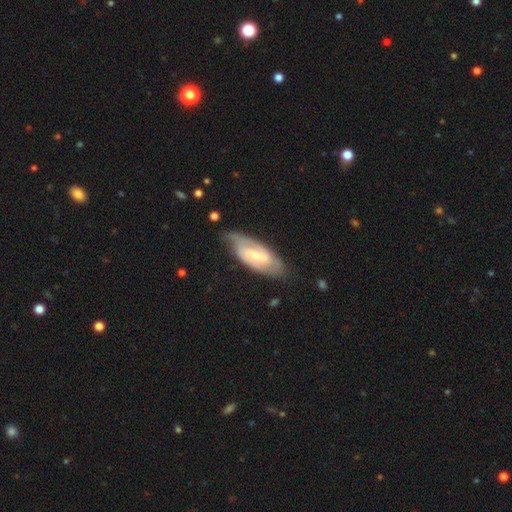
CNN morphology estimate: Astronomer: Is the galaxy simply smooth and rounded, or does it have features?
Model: featured or disk — 75%.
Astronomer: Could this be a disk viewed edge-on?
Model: no — 92%.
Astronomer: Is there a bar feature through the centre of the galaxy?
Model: weak — 47% (runner-up: strong, 35%).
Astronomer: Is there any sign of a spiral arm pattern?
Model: yes — 91%.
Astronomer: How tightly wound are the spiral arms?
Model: medium — 45% (runner-up: tight, 37%).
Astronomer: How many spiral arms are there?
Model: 2 — 80%.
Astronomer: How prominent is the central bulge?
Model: small — 57%.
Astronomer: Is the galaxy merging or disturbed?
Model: none — 67%.